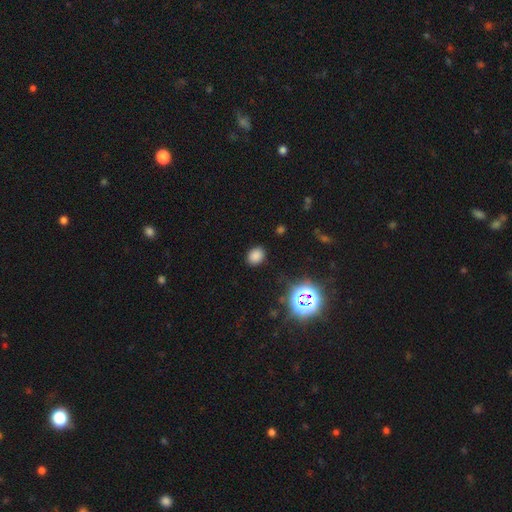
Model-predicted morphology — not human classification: The model was most divided on "how rounded": in between: 51%, round: 47%, cigar-shaped: 1%. More confident: merging — none (86%); smooth or featured — smooth (77%).